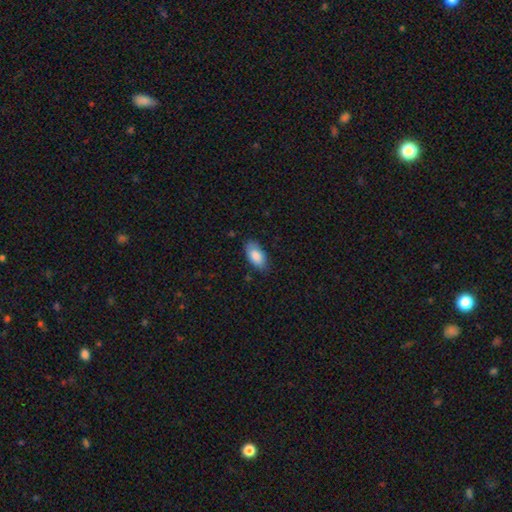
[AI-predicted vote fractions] smooth_or_featured: smooth (p=0.85) [alt: featured or disk p=0.09]
how_rounded: in between (p=0.93) [alt: cigar-shaped p=0.04]
merging: none (p=0.78) [alt: minor disturbance p=0.17]